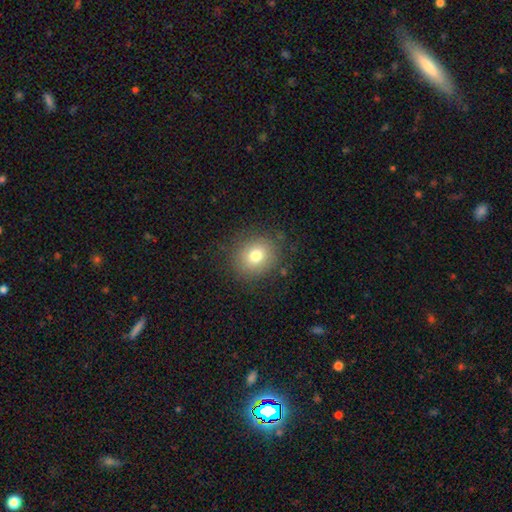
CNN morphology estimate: A smooth galaxy with no disk features (76%) that is round (76%).

Vote fractions:
- Smooth or featured? smooth: 76% / star or artifact: 12% / featured or disk: 12%
- How rounded? round: 76% / in between: 23% / cigar-shaped: 1%
- Merging? none: 84% / minor disturbance: 10% / major disturbance: 4% / merger: 1%